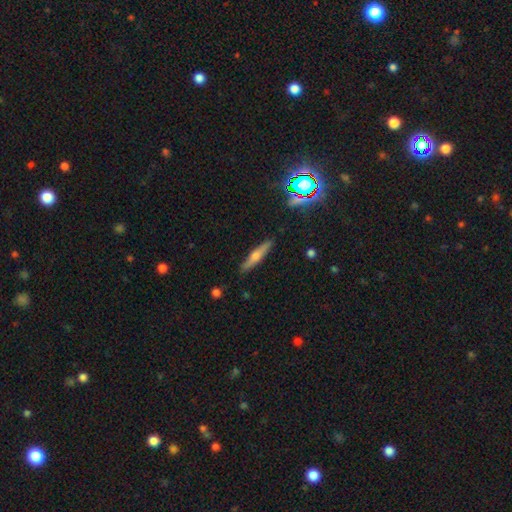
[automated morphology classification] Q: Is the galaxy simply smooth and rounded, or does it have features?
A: featured or disk — 49%.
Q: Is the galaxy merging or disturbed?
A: none — 89%.